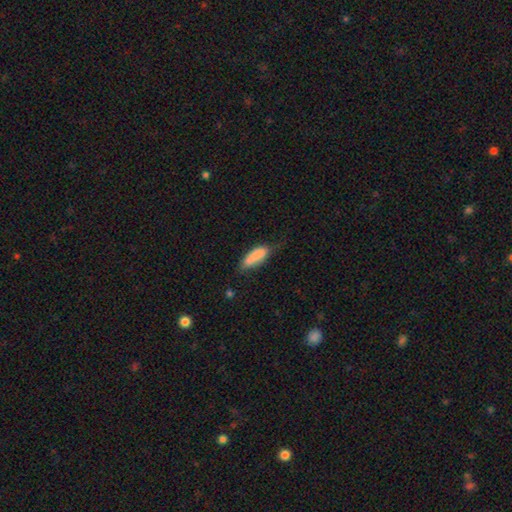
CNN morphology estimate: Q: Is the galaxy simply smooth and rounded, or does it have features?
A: smooth — 81%.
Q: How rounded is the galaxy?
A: in between — 61%.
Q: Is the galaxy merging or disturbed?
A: minor disturbance — 41%.